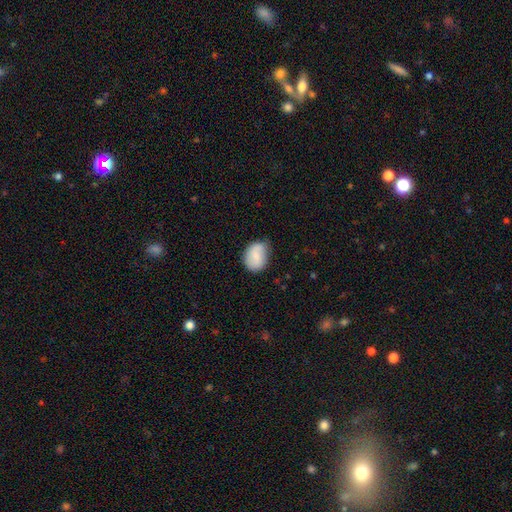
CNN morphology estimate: A smooth galaxy with no disk features (77%) that is in between round and cigar-shaped (64%). Merging: none (61%).